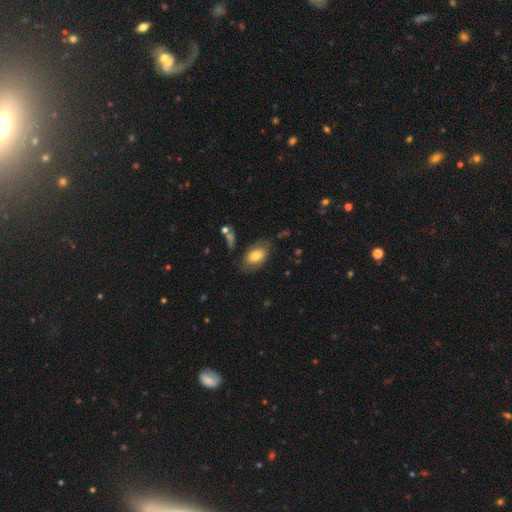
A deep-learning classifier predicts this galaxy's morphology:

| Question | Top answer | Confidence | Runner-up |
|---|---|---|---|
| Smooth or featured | smooth | 71% | featured or disk (23%) |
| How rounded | in between | 91% | round (7%) |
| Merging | none | 68% | minor disturbance (20%) |